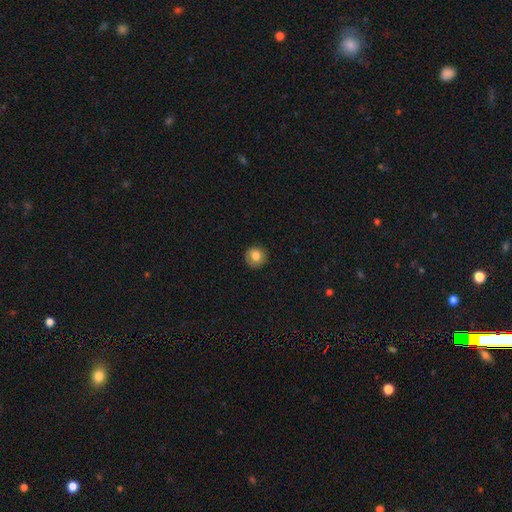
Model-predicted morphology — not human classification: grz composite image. It shows a smooth galaxy with no disk features (80%) that is round (93%). Merging: none (88%).